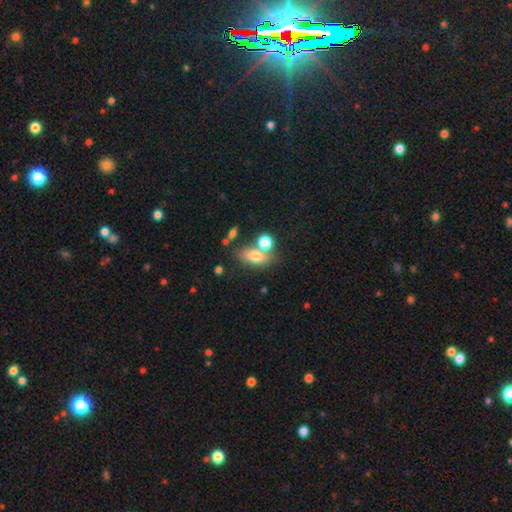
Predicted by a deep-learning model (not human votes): Q: Smooth or featured?
A: smooth (72%); runner-up: featured or disk (18%)
Q: How rounded?
A: in between (75%); runner-up: round (14%)
Q: Merging?
A: none (54%); runner-up: merger (27%)